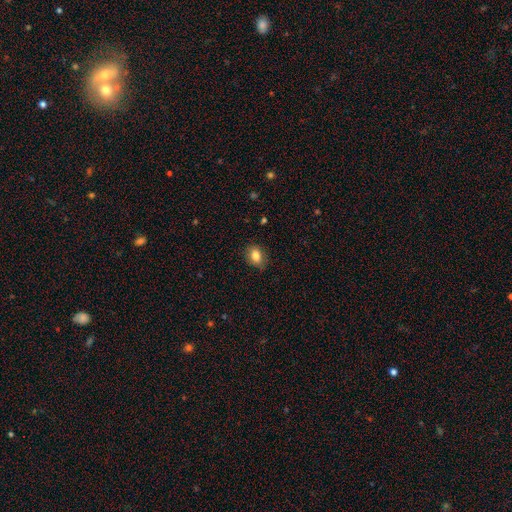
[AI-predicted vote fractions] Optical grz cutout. It shows a smooth galaxy with no disk features (83%) that is in between round and cigar-shaped (66%). Merging: none (80%).